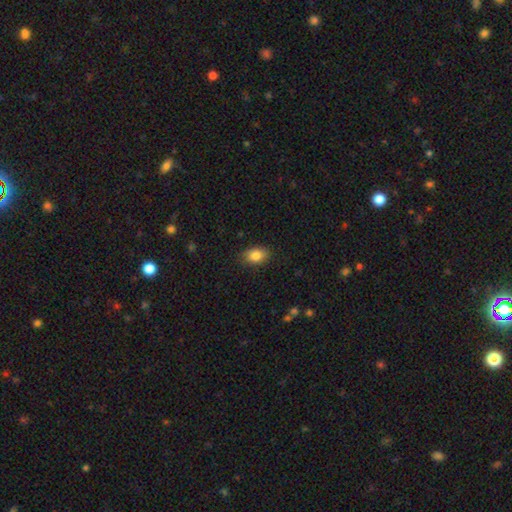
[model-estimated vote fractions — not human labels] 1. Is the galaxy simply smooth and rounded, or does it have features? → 84% smooth, 8% star or artifact, 7% featured or disk.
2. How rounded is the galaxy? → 84% in between, 15% round, 1% cigar-shaped.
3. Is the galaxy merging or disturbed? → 86% none, 11% minor disturbance, 2% major disturbance, 1% merger.